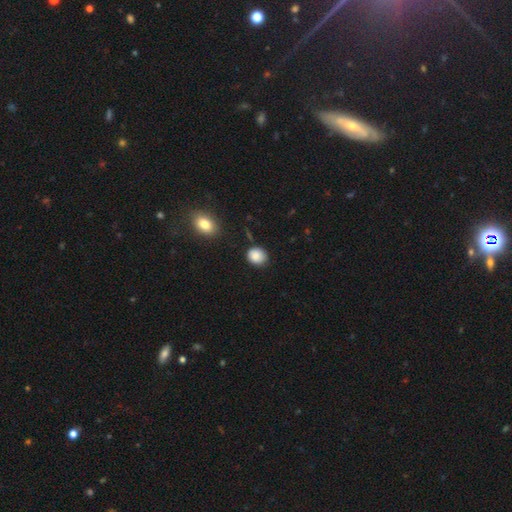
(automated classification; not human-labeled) The model was most divided on "how rounded": round: 67%, in between: 32%, cigar-shaped: 1%. More confident: smooth or featured — smooth (87%); merging — none (75%).